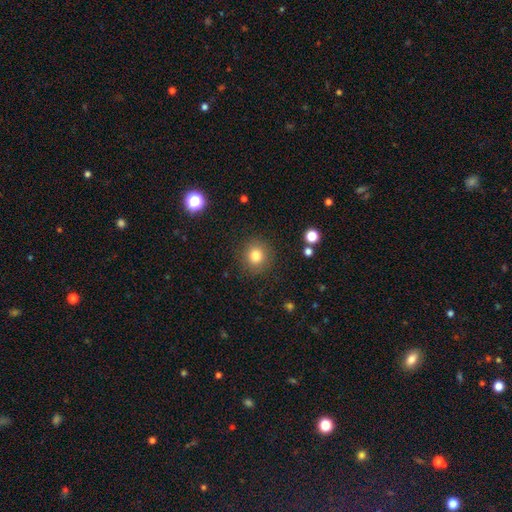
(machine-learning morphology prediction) Smooth or featured?
  - smooth: 81% *
  - star or artifact: 12%
  - featured or disk: 7%
How rounded?
  - round: 90% *
  - in between: 10%
  - cigar-shaped: 1%
Merging?
  - none: 88% *
  - minor disturbance: 8%
  - major disturbance: 3%
  - merger: 1%